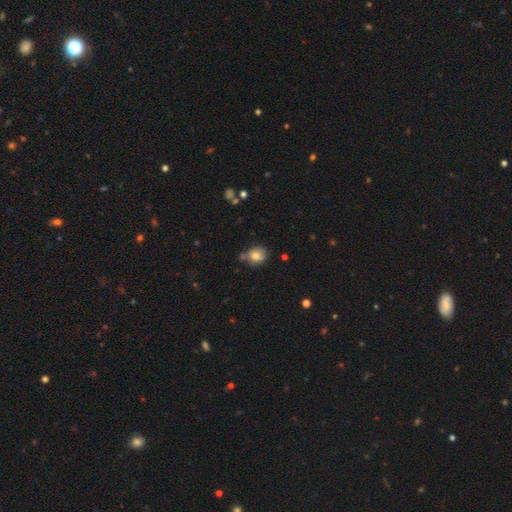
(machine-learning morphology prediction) Smooth or featured?
  - smooth: 79% *
  - star or artifact: 11%
  - featured or disk: 10%
How rounded?
  - round: 78% *
  - in between: 21%
  - cigar-shaped: 1%
Merging?
  - none: 65% *
  - minor disturbance: 19%
  - merger: 11%
  - major disturbance: 5%